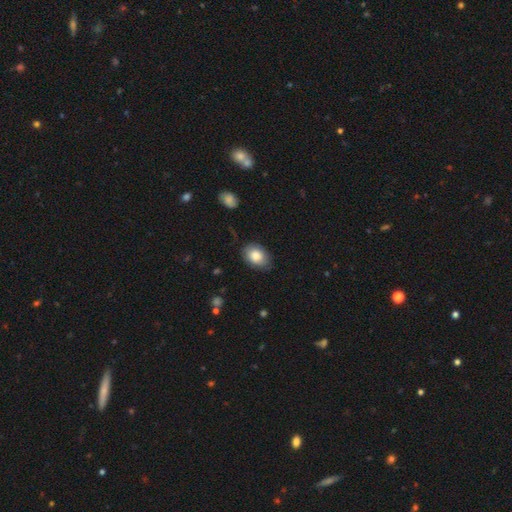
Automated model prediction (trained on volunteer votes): smooth-or-featured: smooth: 81% | featured or disk: 12% | star or artifact: 7%
  how-rounded: in between: 76% | round: 23% | cigar-shaped: 1%
  merging: none: 79% | minor disturbance: 17% | major disturbance: 3% | merger: 1%